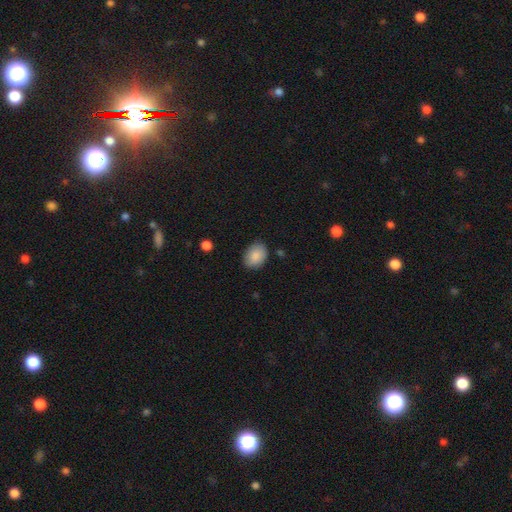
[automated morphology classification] smooth_or_featured: smooth (p=0.88) [alt: star or artifact p=0.07]
how_rounded: in between (p=0.75) [alt: round p=0.24]
merging: none (p=0.82) [alt: minor disturbance p=0.14]